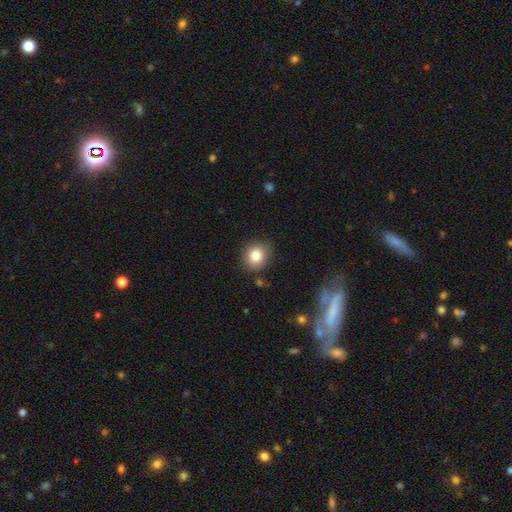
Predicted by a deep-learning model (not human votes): smooth 83%, star or artifact 10%, featured or disk 7%. Down the decision tree: how rounded — round (71%); merging — none (84%).